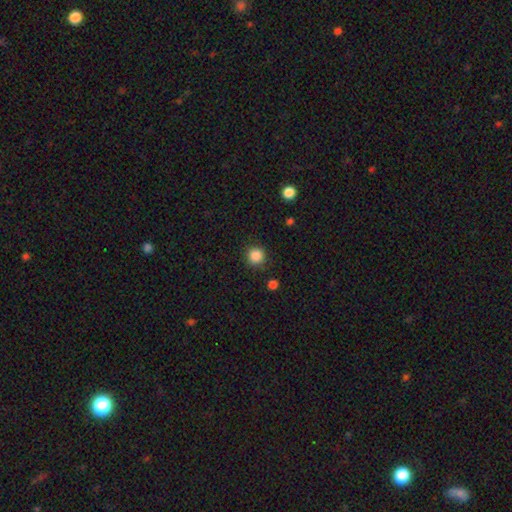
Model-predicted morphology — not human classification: A smooth galaxy with no disk features (86%) that is round (94%).

Vote fractions:
- Smooth or featured? smooth: 86% / star or artifact: 11% / featured or disk: 3%
- How rounded? round: 94% / in between: 5% / cigar-shaped: 1%
- Merging? none: 87% / minor disturbance: 8% / major disturbance: 3% / merger: 2%